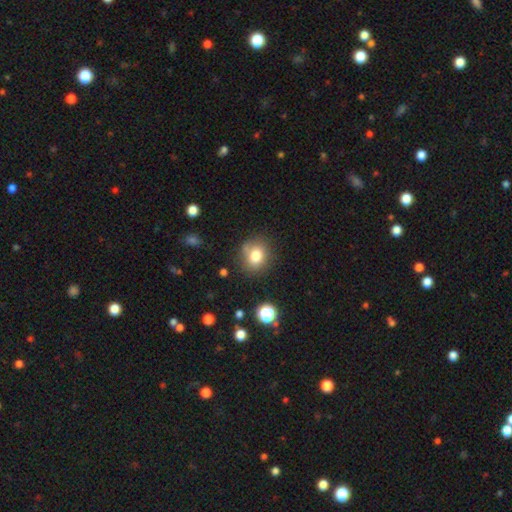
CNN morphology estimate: Smooth or featured?
  - smooth: 79% *
  - star or artifact: 12%
  - featured or disk: 9%
How rounded?
  - round: 71% *
  - in between: 28%
  - cigar-shaped: 1%
Merging?
  - none: 76% *
  - minor disturbance: 16%
  - major disturbance: 5%
  - merger: 4%